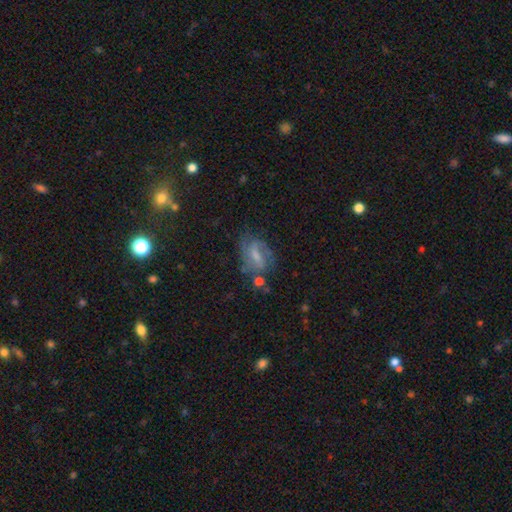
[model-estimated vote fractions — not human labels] Morphology: type=featured or disk (64%); edge-on=no (94%); bar=weak (49%); spiral arms=yes (84%); winding=medium (45%); arm count=2 (51%); bulge=small (43%); merging=none (56%).